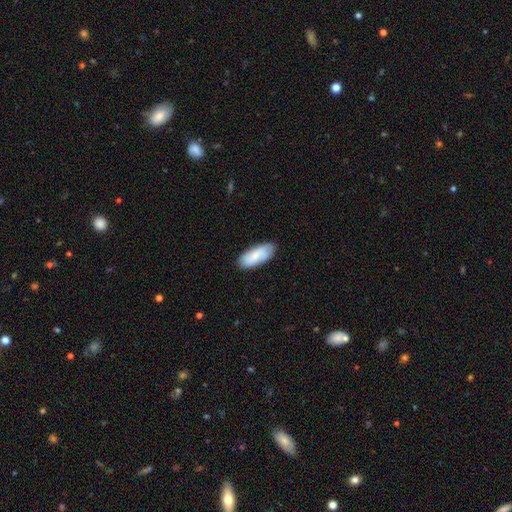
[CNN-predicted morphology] This is likely a smooth galaxy (76%). How rounded: clearly in between (81%). Merging: clearly none (82%).